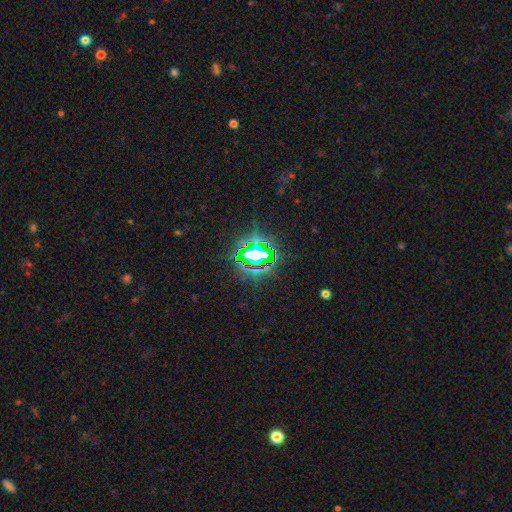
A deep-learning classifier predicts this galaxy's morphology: A star or artifact, not a galaxy (77%).

Vote fractions:
- Smooth or featured? star or artifact: 77% / smooth: 13% / featured or disk: 10%